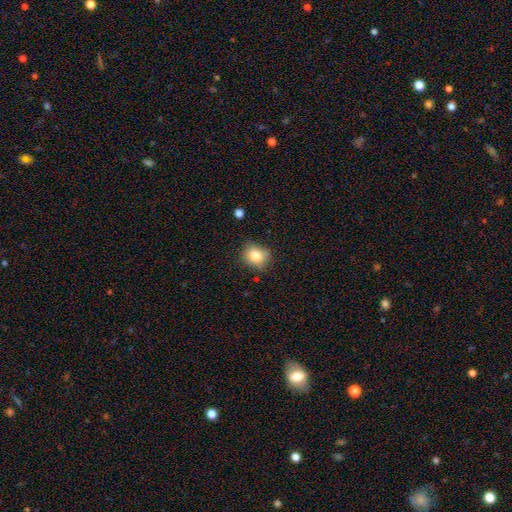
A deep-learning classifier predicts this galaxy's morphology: Overall: smooth (82%). How rounded: round (66%; in between 33%). Merging: none (77%).